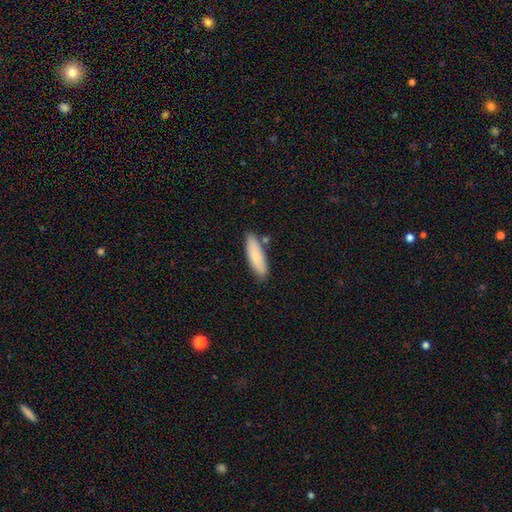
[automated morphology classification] smooth 78%, featured or disk 16%, star or artifact 6%. Down the decision tree: how rounded — cigar-shaped (52%); merging — none (80%).